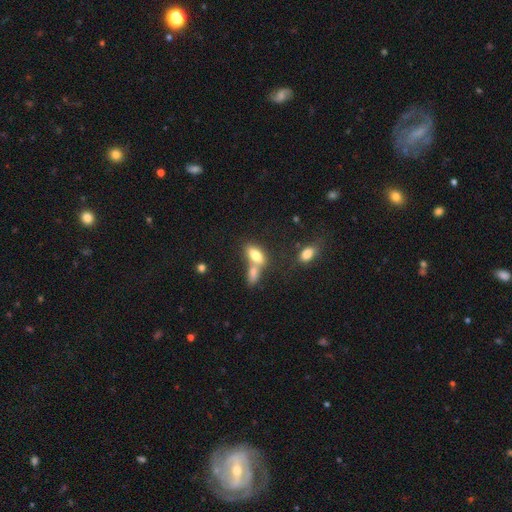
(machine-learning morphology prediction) Smooth or featured: smooth — 74% (featured or disk — 17%)
How rounded: in between — 83% (cigar-shaped — 13%)
Merging: merger — 53% (none — 32%)